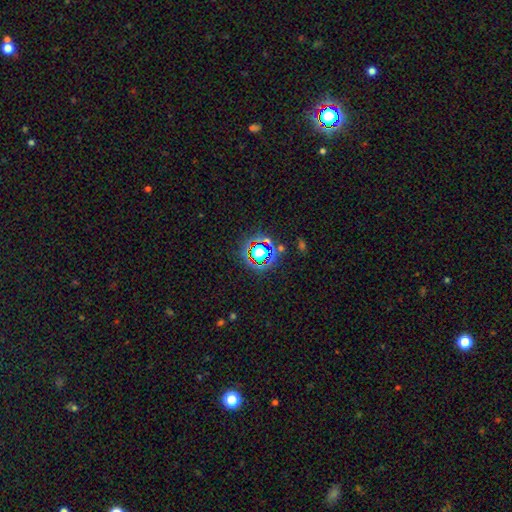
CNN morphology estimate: smooth_or_featured: star or artifact (p=0.63) [alt: smooth p=0.25]